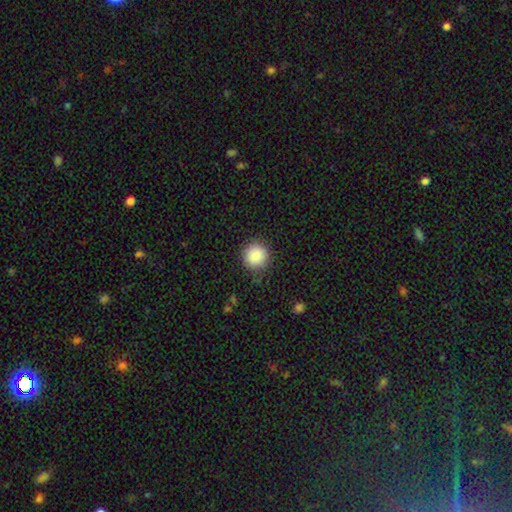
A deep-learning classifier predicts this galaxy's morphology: Overall: smooth (87%). How rounded: round (93%). Merging: none (87%).